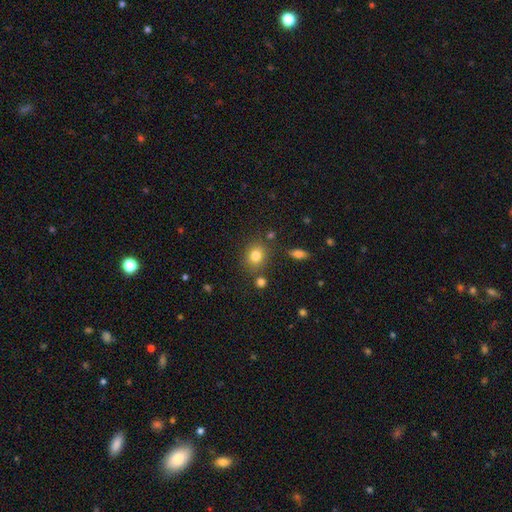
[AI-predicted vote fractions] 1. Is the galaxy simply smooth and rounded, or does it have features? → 80% smooth, 12% star or artifact, 8% featured or disk.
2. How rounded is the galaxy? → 67% round, 32% in between, 1% cigar-shaped.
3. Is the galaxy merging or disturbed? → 78% none, 11% minor disturbance, 7% merger, 4% major disturbance.